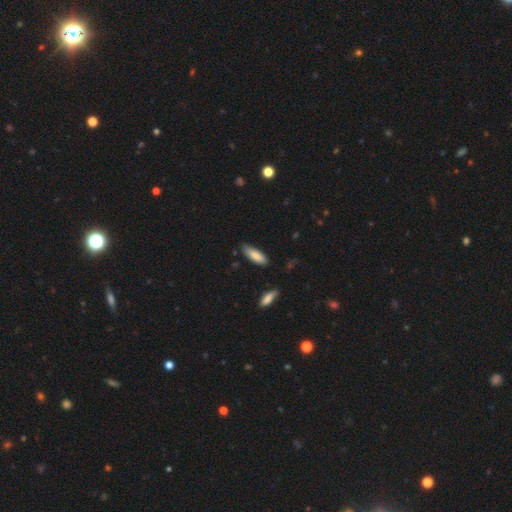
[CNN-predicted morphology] Overall: smooth (84%). How rounded: in between (64%; cigar-shaped 35%). Merging: none (76%).